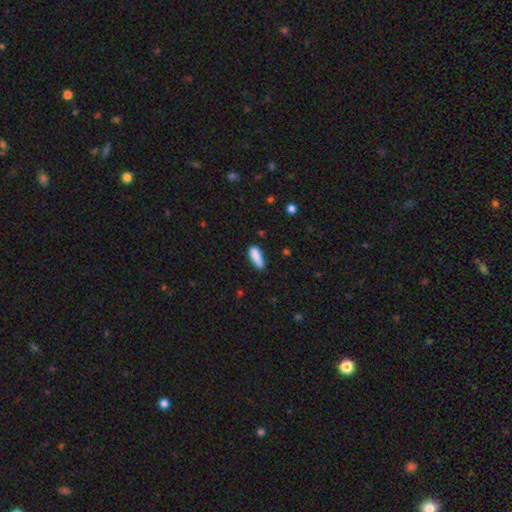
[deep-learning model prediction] smooth-or-featured: smooth: 86% | star or artifact: 7% | featured or disk: 6%
  how-rounded: in between: 64% | cigar-shaped: 34% | round: 2%
  merging: none: 63% | minor disturbance: 28% | major disturbance: 6% | merger: 4%